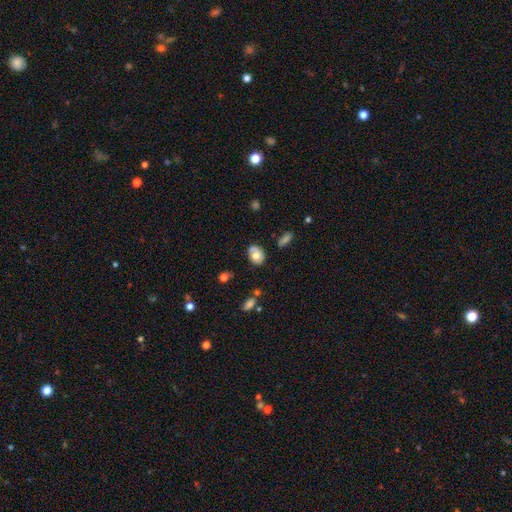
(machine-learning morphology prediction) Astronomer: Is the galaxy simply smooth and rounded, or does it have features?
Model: smooth — 69%.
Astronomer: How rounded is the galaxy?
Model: in between — 59% (runner-up: round, 40%).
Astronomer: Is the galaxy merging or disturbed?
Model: none — 60%.